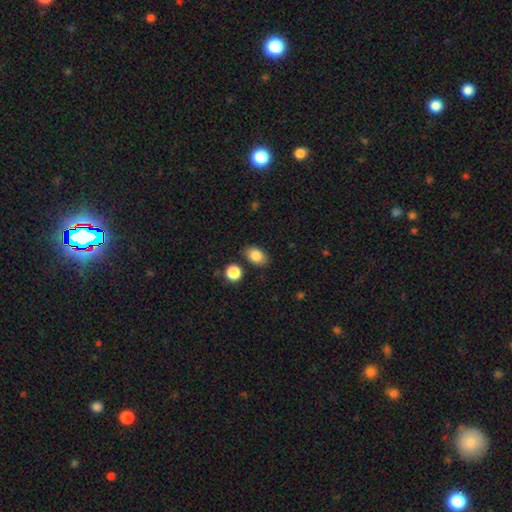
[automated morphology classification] Overall: smooth (85%). How rounded: in between (79%). Merging: none (80%).